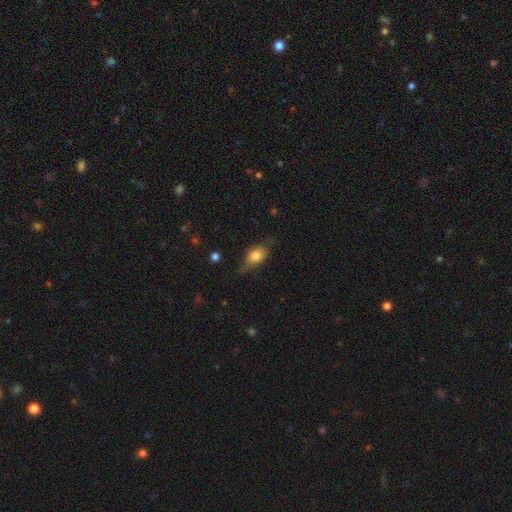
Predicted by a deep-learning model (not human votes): Overall: smooth (74%). How rounded: in between (81%). Merging: none (62%; minor disturbance 28%).